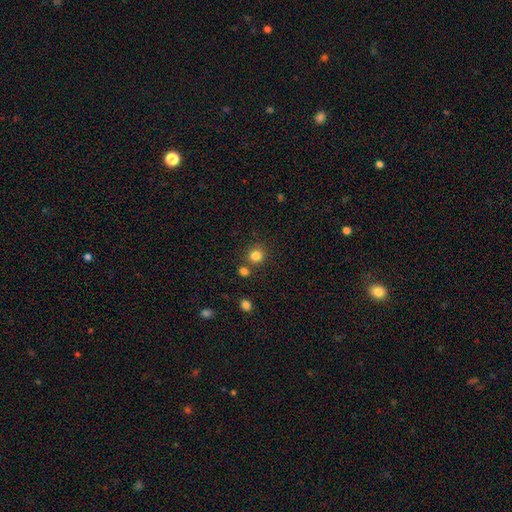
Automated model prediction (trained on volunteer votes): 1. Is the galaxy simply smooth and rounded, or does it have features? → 83% smooth, 12% star or artifact, 5% featured or disk.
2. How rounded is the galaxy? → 87% round, 12% in between, 1% cigar-shaped.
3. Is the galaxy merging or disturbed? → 75% none, 13% merger, 9% minor disturbance, 3% major disturbance.